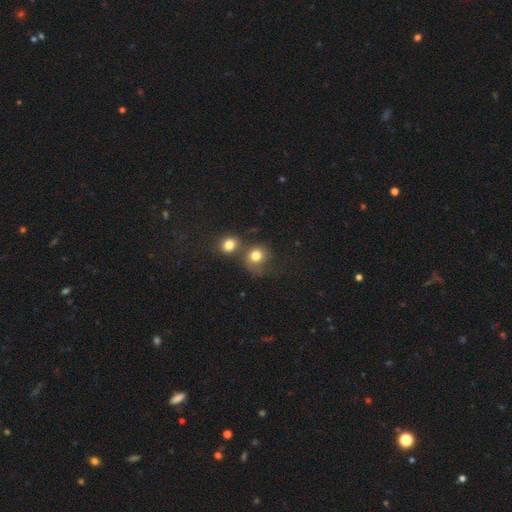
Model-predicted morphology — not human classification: smooth-or-featured: smooth: 78% | featured or disk: 11% | star or artifact: 10%
  how-rounded: round: 74% | in between: 25% | cigar-shaped: 1%
  merging: none: 39% | merger: 36% | minor disturbance: 14% | major disturbance: 10%